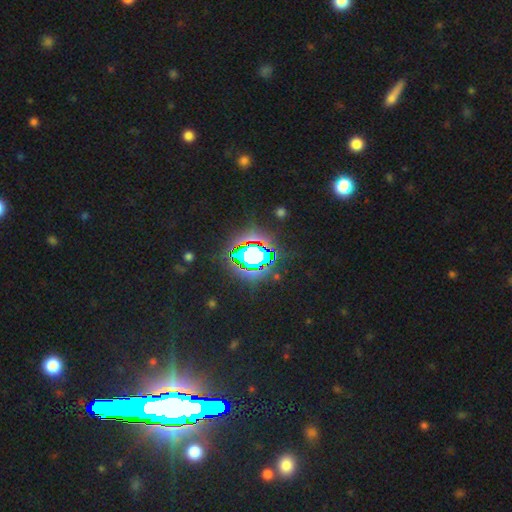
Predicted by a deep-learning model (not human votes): This appears to be a star or artifact, not a galaxy (83%).